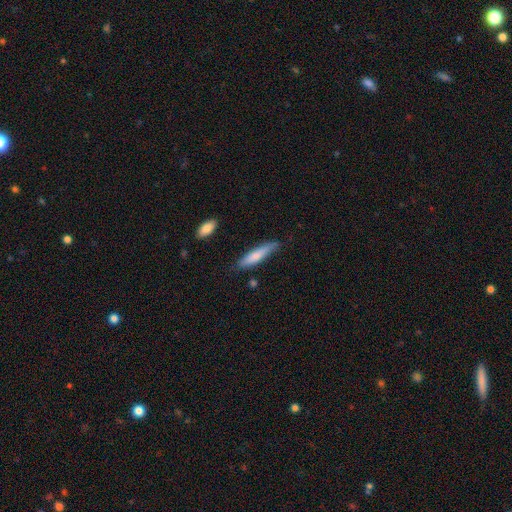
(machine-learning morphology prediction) A smooth galaxy with no disk features (74%) that is cigar-shaped (81%).

Vote fractions:
- Smooth or featured? smooth: 74% / featured or disk: 20% / star or artifact: 6%
- How rounded? cigar-shaped: 81% / in between: 17% / round: 1%
- Merging? none: 73% / minor disturbance: 21% / major disturbance: 3% / merger: 2%